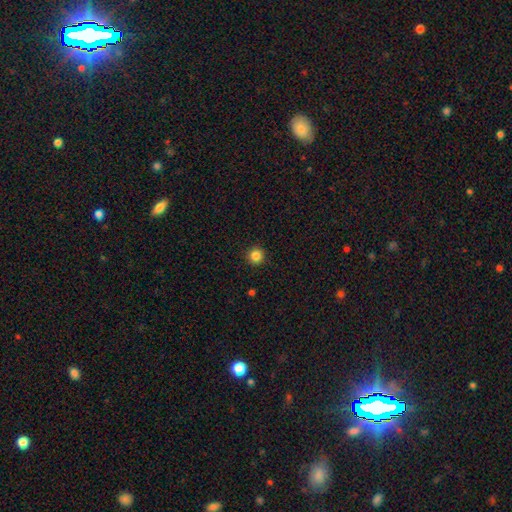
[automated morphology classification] A smooth galaxy with no disk features (85%) that is round (96%).

Vote fractions:
- Smooth or featured? smooth: 85% / star or artifact: 12% / featured or disk: 4%
- How rounded? round: 96% / in between: 3% / cigar-shaped: 1%
- Merging? none: 93% / minor disturbance: 4% / major disturbance: 2% / merger: 1%